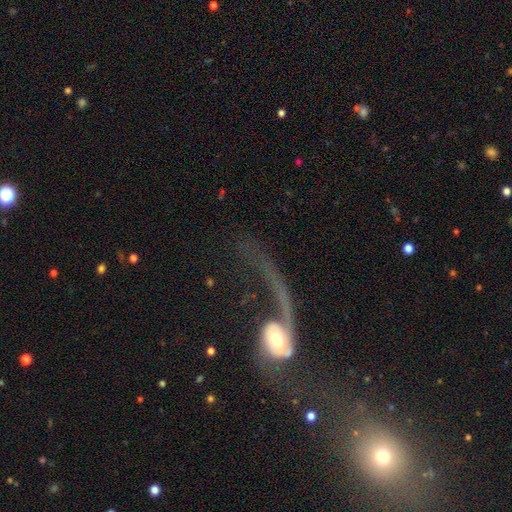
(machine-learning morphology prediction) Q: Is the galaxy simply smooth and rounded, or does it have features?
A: featured or disk — 71%.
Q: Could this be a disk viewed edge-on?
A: no — 94%.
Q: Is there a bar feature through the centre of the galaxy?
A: no — 64%.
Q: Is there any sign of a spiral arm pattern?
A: yes — 82%.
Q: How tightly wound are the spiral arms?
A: loose — 85%.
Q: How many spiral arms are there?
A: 1 — 48%.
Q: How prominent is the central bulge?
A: moderate — 49%.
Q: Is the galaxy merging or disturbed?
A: major disturbance — 48%.